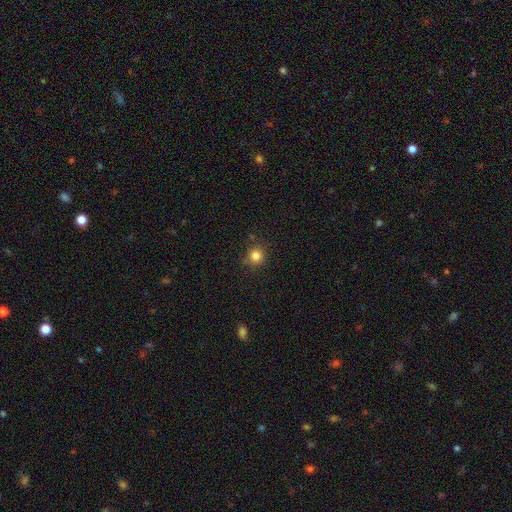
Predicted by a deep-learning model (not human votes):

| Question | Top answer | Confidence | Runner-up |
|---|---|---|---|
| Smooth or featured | smooth | 83% | star or artifact (12%) |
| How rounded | round | 92% | in between (7%) |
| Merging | none | 83% | minor disturbance (12%) |